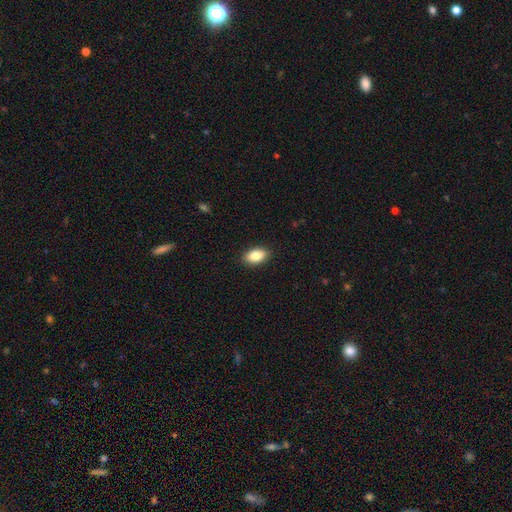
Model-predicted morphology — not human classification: smooth 86%, star or artifact 7%, featured or disk 6%. Down the decision tree: how rounded — in between (91%); merging — none (89%).